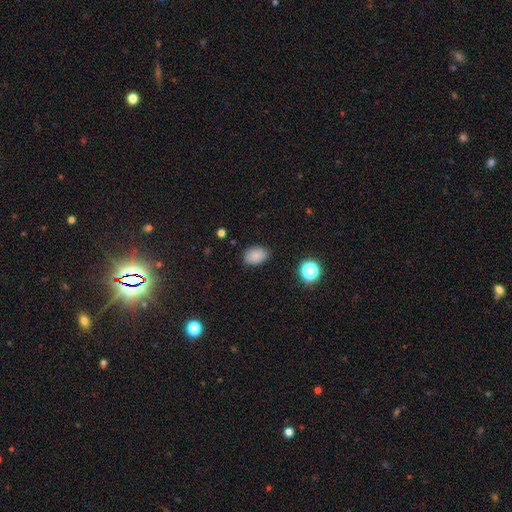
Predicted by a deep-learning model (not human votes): Q: Smooth or featured?
A: smooth (83%); runner-up: star or artifact (10%)
Q: How rounded?
A: in between (79%); runner-up: round (20%)
Q: Merging?
A: none (83%); runner-up: minor disturbance (13%)